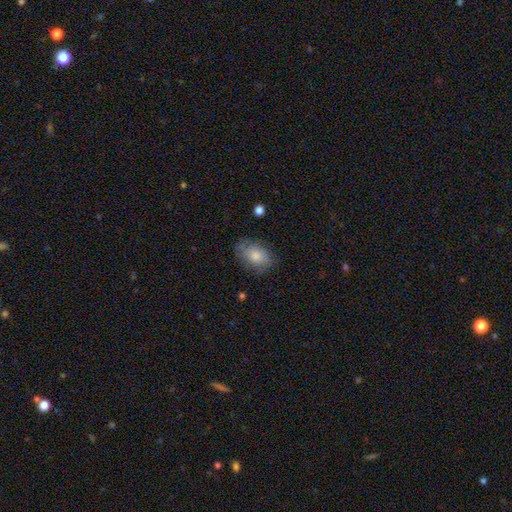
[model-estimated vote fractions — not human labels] This appears to be a smooth galaxy with no disk features (76%) that is in between round and cigar-shaped (85%). Merging: none (74%).